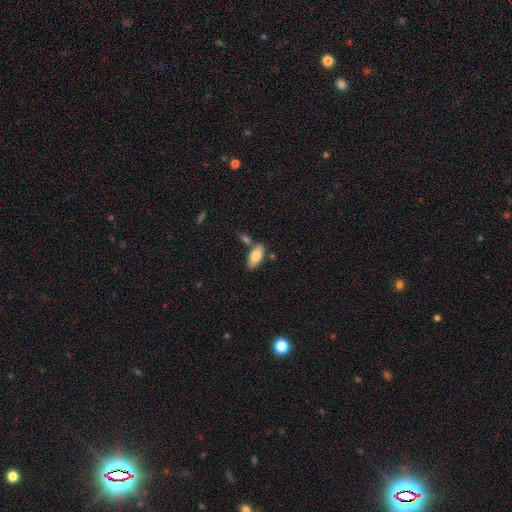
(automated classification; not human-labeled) Smooth or featured?
  - smooth: 77% *
  - featured or disk: 17%
  - star or artifact: 6%
How rounded?
  - in between: 90% *
  - cigar-shaped: 8%
  - round: 2%
Merging?
  - none: 70% *
  - merger: 14%
  - minor disturbance: 12%
  - major disturbance: 3%